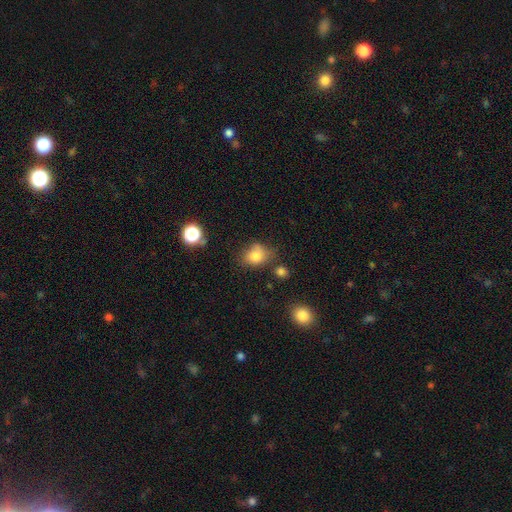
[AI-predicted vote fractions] Smooth or featured: smooth — 79% (star or artifact — 12%)
How rounded: in between — 50% (round — 49%)
Merging: none — 56% (minor disturbance — 27%)